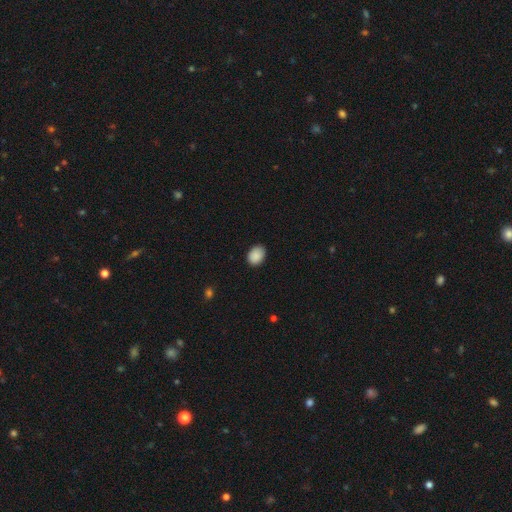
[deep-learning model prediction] A smooth galaxy with no disk features (89%) that is in between round and cigar-shaped (67%). Merging: none (86%).